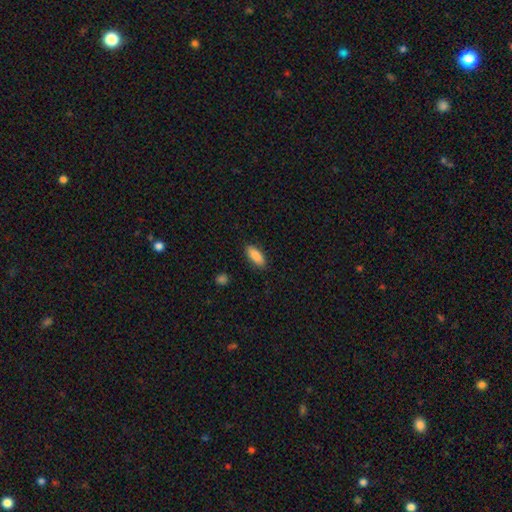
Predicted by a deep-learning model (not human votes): smooth 87%, featured or disk 7%, star or artifact 6%. Down the decision tree: how rounded — in between (75%); merging — none (88%).